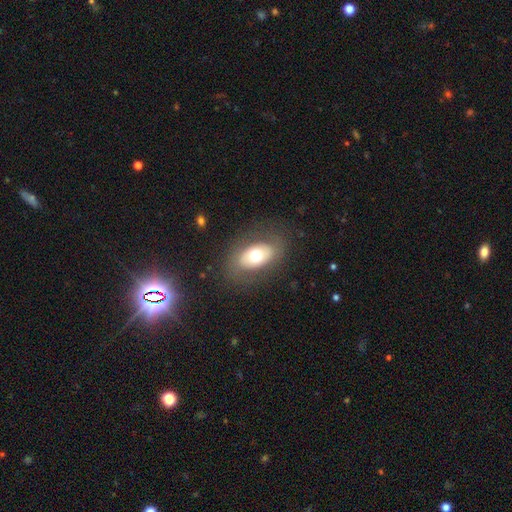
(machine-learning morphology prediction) Overall: smooth (59%; featured or disk 33%). How rounded: in between (88%). Merging: none (80%).